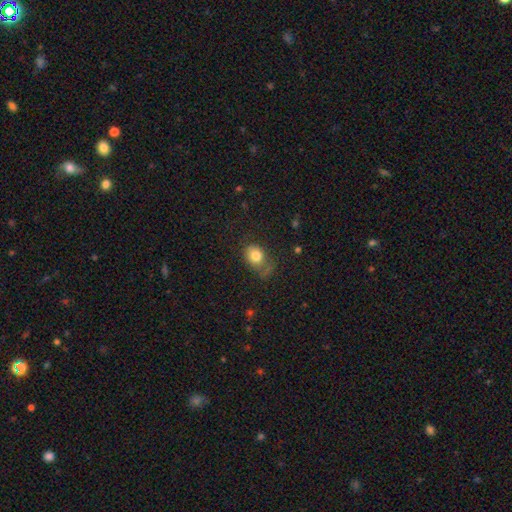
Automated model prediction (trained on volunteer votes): Smooth or featured?
  - smooth: 79% *
  - featured or disk: 11%
  - star or artifact: 10%
How rounded?
  - in between: 57% *
  - round: 42%
  - cigar-shaped: 1%
Merging?
  - none: 49% *
  - minor disturbance: 28%
  - major disturbance: 19%
  - merger: 4%